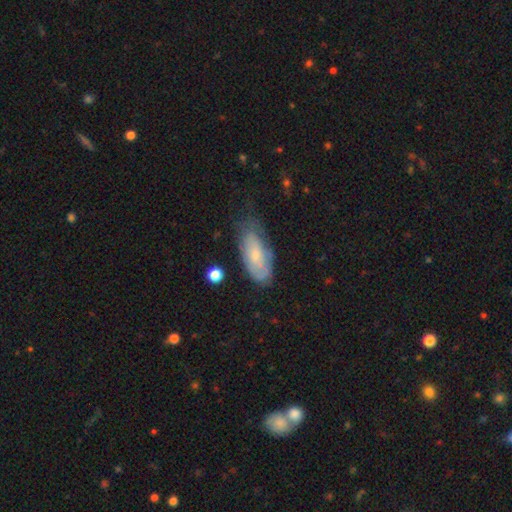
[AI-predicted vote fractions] Smooth or featured? Predicted: smooth (p=0.51). How rounded? Predicted: in between (p=0.86). Merging? Predicted: none (p=0.53).